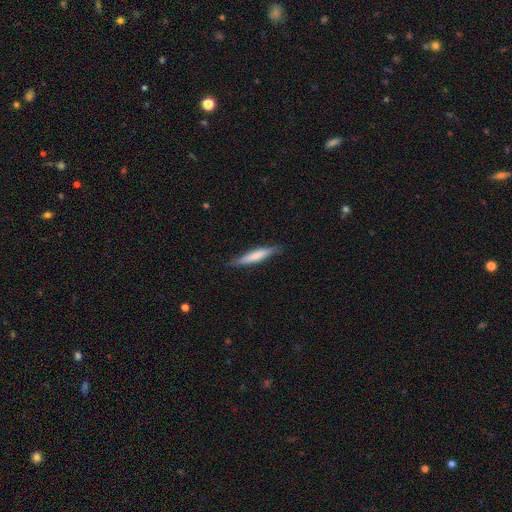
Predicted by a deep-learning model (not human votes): A smooth galaxy with no disk features (66%) that is cigar-shaped (89%).

Vote fractions:
- Smooth or featured? smooth: 66% / featured or disk: 28% / star or artifact: 5%
- How rounded? cigar-shaped: 89% / in between: 9% / round: 1%
- Merging? none: 83% / minor disturbance: 13% / major disturbance: 2% / merger: 1%